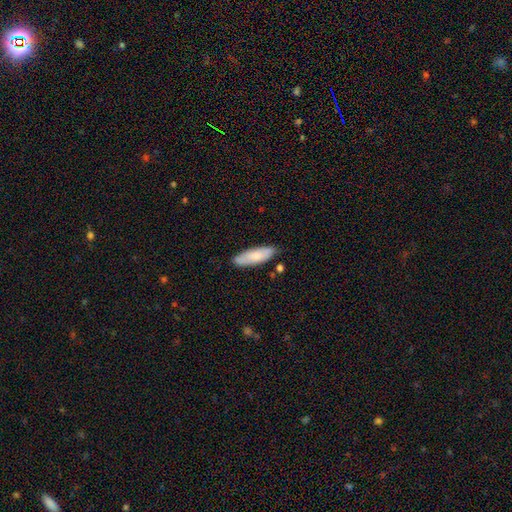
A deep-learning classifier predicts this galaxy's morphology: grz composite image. It shows a smooth galaxy with no disk features (78%) that is in between round and cigar-shaped (52%). Merging: none (80%).